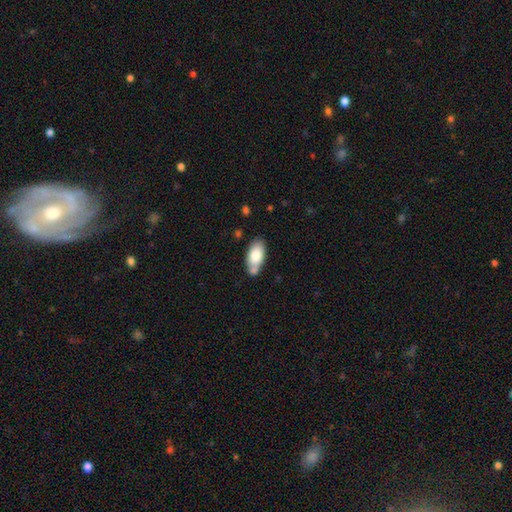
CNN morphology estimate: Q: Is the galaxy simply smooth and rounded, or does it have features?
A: smooth — 80%.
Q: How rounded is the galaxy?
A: in between — 92%.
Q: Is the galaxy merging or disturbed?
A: none — 59%.